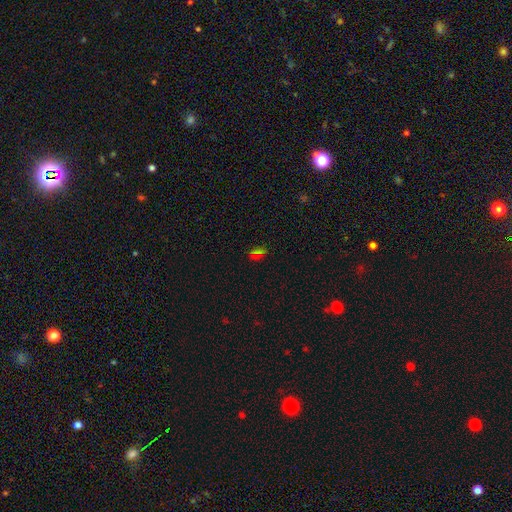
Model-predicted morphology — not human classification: Smooth or featured? Predicted: smooth (p=0.49). Merging? Predicted: none (p=0.81).